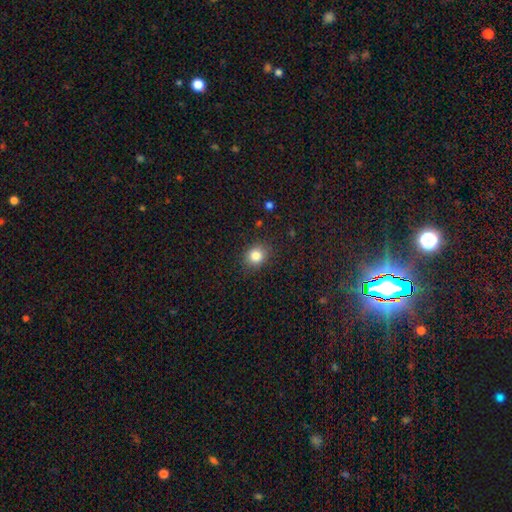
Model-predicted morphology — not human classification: Smooth or featured: smooth — 83% (star or artifact — 11%)
How rounded: round — 75% (in between — 24%)
Merging: none — 88% (minor disturbance — 9%)